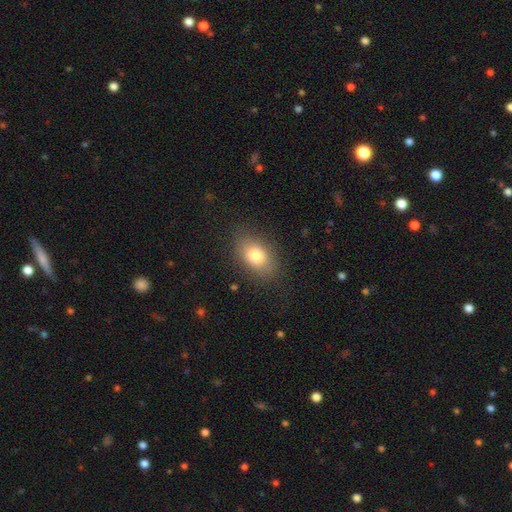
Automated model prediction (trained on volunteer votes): Smooth or featured: smooth — 79% (featured or disk — 12%)
How rounded: in between — 82% (round — 16%)
Merging: none — 81% (minor disturbance — 13%)